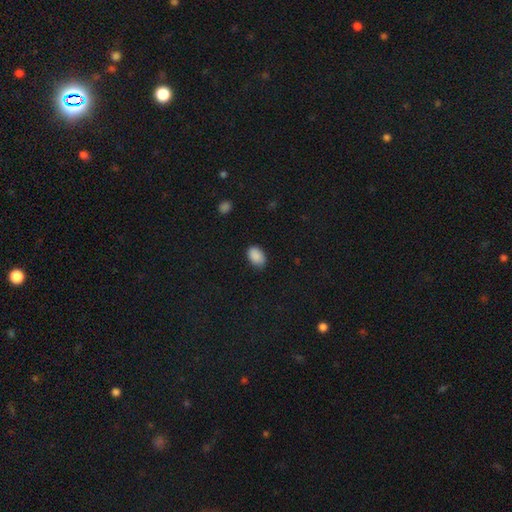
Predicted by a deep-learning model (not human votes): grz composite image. It shows a smooth galaxy with no disk features (89%) that is in between round and cigar-shaped (89%). Merging: none (84%).